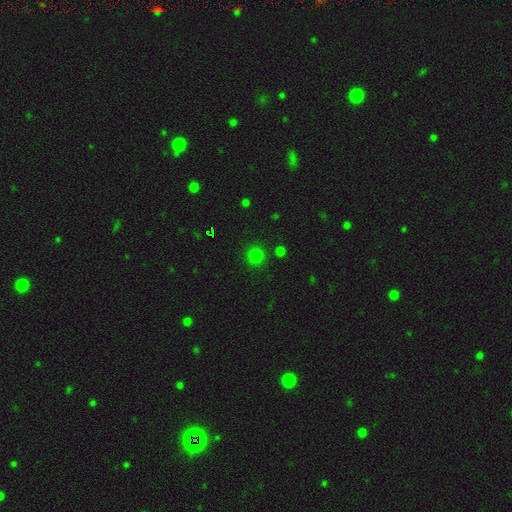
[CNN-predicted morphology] Overall: smooth (76%). How rounded: round (93%). Merging: none (88%).